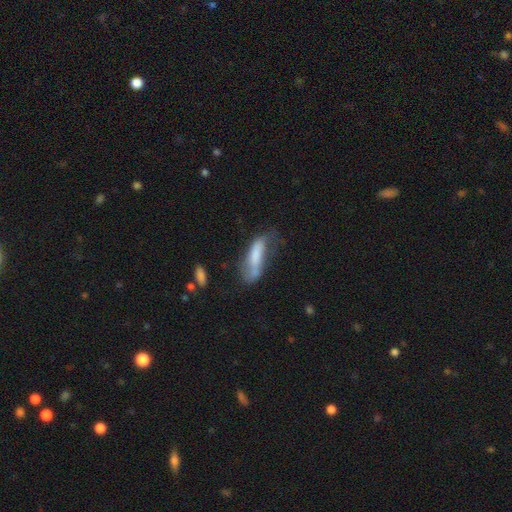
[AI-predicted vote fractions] Overall: smooth (58%; featured or disk 34%). How rounded: cigar-shaped (50%; in between 48%). Merging: none (33%; minor disturbance 31%).